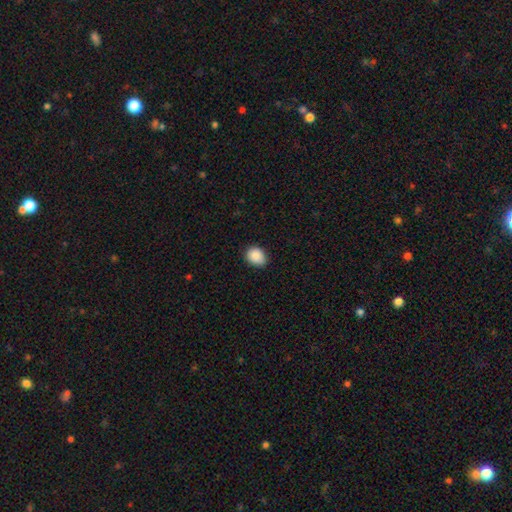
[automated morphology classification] smooth_or_featured: smooth (p=0.89) [alt: star or artifact p=0.08]
how_rounded: round (p=0.50) [alt: in between p=0.49]
merging: none (p=0.80) [alt: minor disturbance p=0.16]